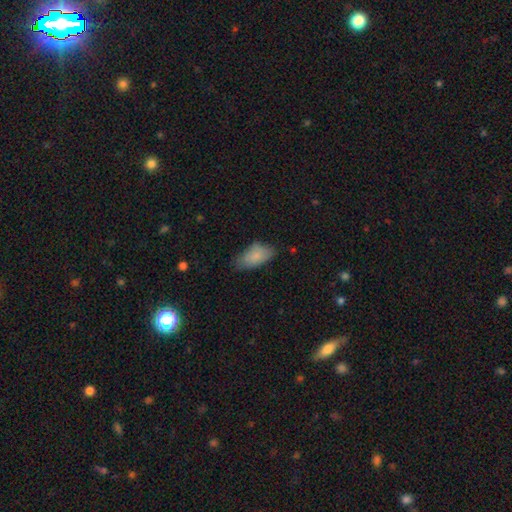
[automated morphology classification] Q: Smooth or featured?
A: smooth (82%); runner-up: featured or disk (11%)
Q: How rounded?
A: in between (93%); runner-up: cigar-shaped (4%)
Q: Merging?
A: none (58%); runner-up: minor disturbance (32%)